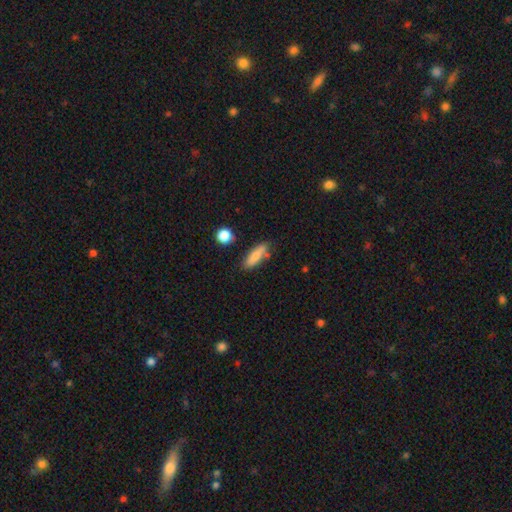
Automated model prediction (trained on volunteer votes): smooth-or-featured: smooth: 80% | featured or disk: 13% | star or artifact: 7%
  how-rounded: cigar-shaped: 53% | in between: 44% | round: 3%
  merging: none: 73% | minor disturbance: 18% | merger: 5% | major disturbance: 4%